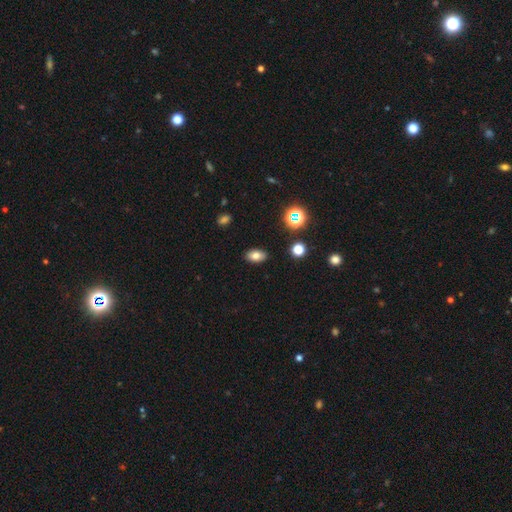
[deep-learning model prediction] Smooth or featured: smooth — 74% (star or artifact — 14%)
How rounded: in between — 89% (round — 9%)
Merging: none — 88% (minor disturbance — 9%)